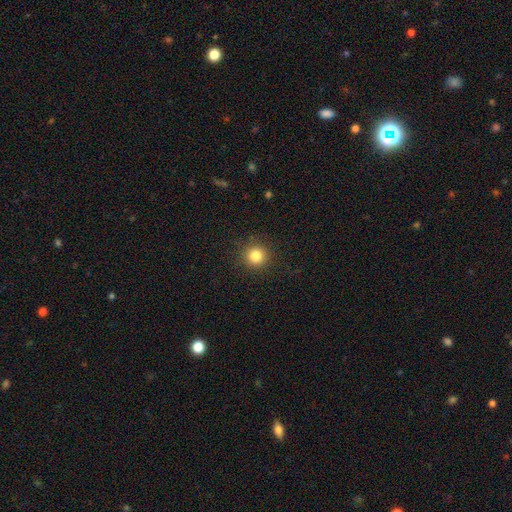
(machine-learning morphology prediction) Smooth or featured? smooth (83%)
How rounded? round (95%)
Merging? none (91%)